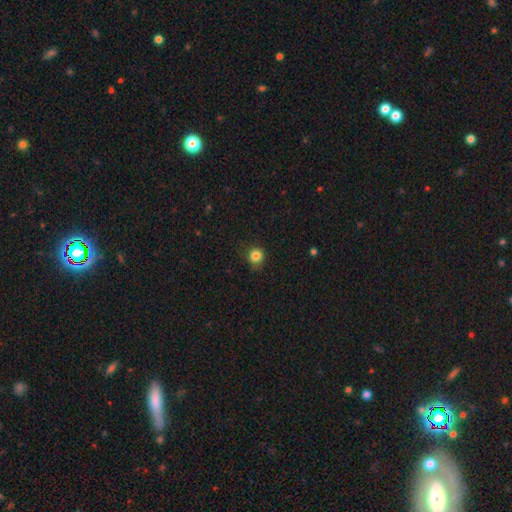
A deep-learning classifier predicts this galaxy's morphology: smooth-or-featured: smooth: 83% | star or artifact: 12% | featured or disk: 5%
  how-rounded: round: 87% | in between: 12% | cigar-shaped: 1%
  merging: none: 80% | minor disturbance: 16% | major disturbance: 3% | merger: 1%